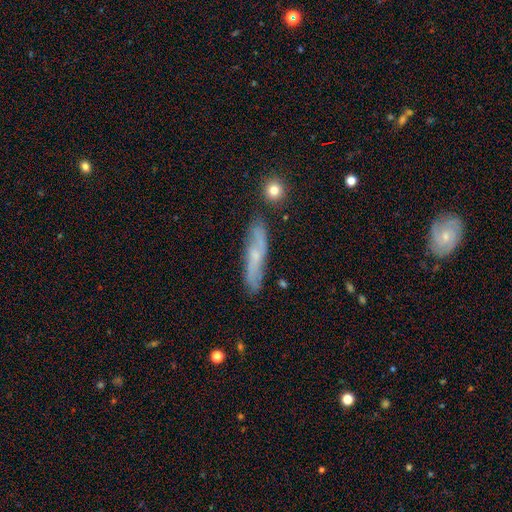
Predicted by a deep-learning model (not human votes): Overall: featured or disk (54%; smooth 38%). Edge-on disk: no (51%; yes 49%). Merging: none (80%).